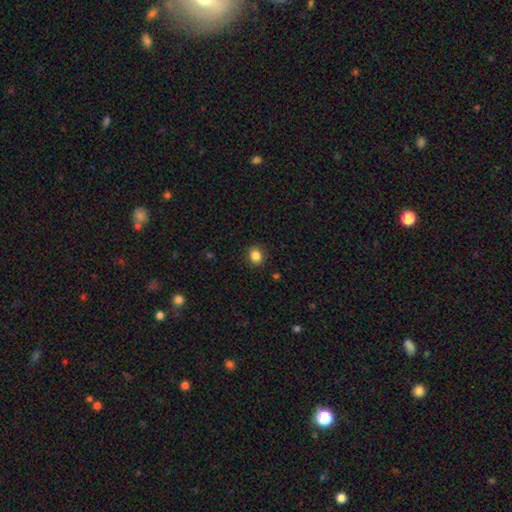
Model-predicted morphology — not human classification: Smooth or featured? smooth (85%)
How rounded? round (77%)
Merging? none (90%)